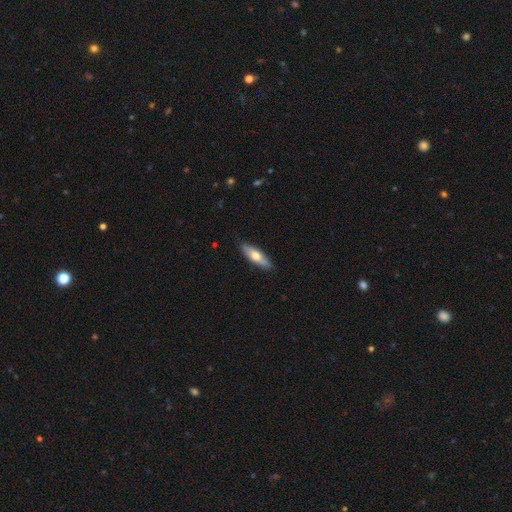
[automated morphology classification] This is likely a smooth galaxy (62%). How rounded: possibly in between (50%). Merging: clearly none (88%).